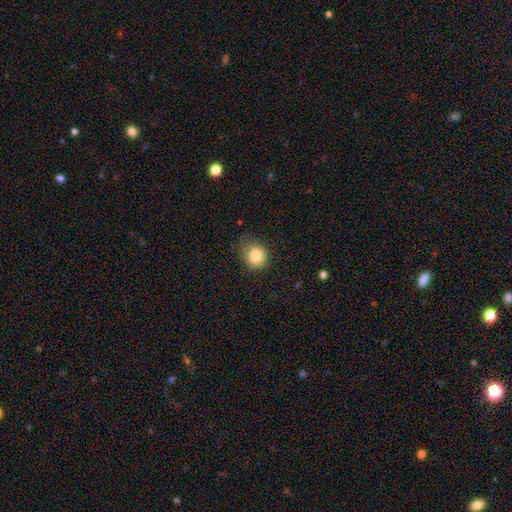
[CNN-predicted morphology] Smooth or featured? smooth (85%)
How rounded? round (77%)
Merging? none (63%)